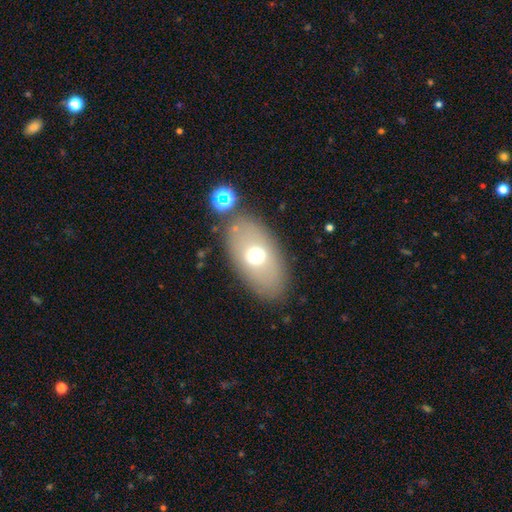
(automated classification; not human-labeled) A smooth galaxy with no disk features (63%) that is in between round and cigar-shaped (88%). Merging: none (81%).